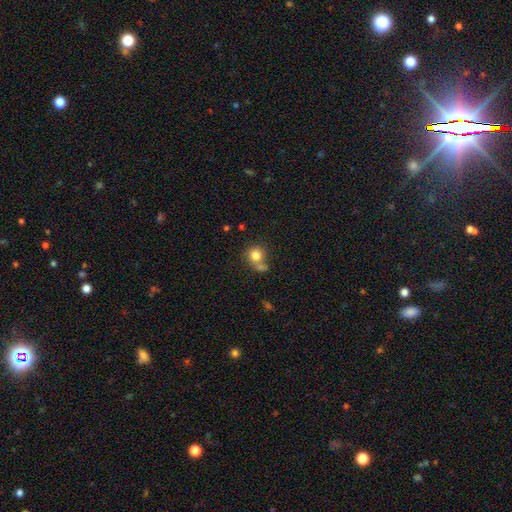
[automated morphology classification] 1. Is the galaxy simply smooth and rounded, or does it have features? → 80% smooth, 10% star or artifact, 10% featured or disk.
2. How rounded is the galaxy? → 86% round, 13% in between, 1% cigar-shaped.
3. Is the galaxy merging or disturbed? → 50% none, 32% merger, 12% minor disturbance, 6% major disturbance.